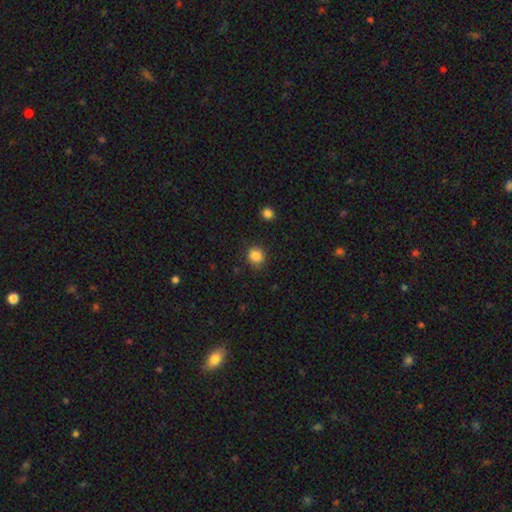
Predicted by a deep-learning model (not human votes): smooth 86%, star or artifact 10%, featured or disk 4%. Down the decision tree: how rounded — round (82%); merging — none (83%).